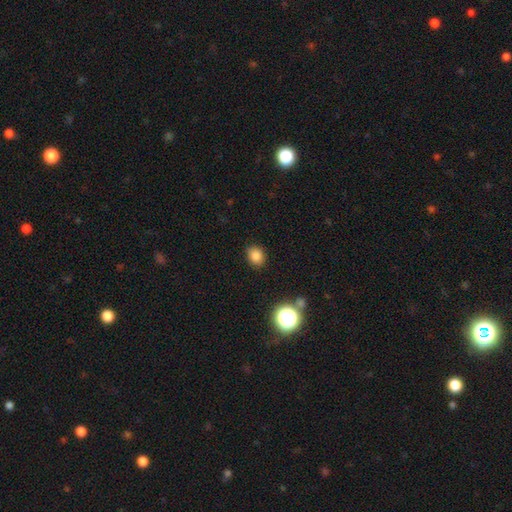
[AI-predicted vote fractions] smooth_or_featured: smooth (p=0.82) [alt: star or artifact p=0.13]
how_rounded: round (p=0.55) [alt: in between p=0.44]
merging: none (p=0.87) [alt: minor disturbance p=0.09]